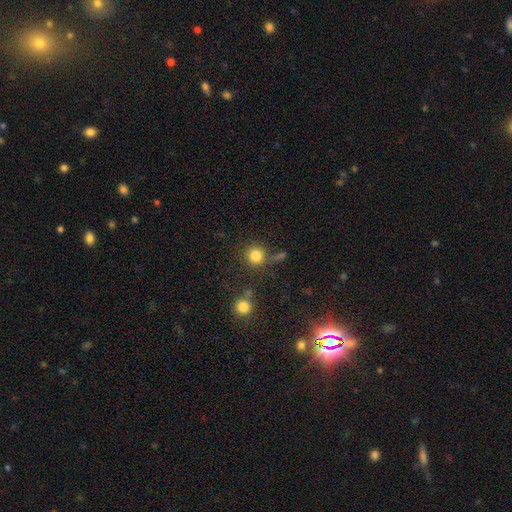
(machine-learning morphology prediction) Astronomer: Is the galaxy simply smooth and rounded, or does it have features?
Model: smooth — 83%.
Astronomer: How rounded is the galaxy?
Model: round — 93%.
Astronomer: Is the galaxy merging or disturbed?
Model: none — 79%.